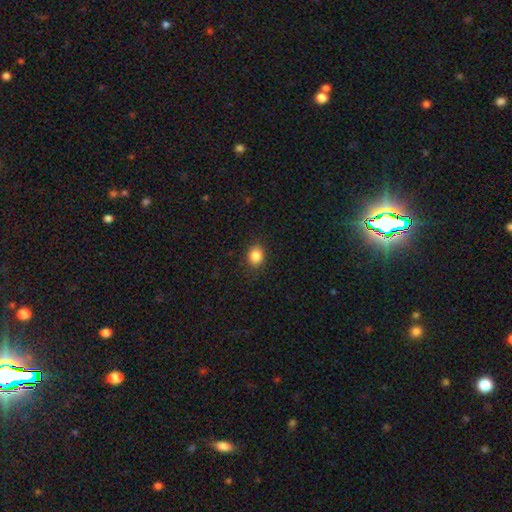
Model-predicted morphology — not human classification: smooth_or_featured: smooth (p=0.85) [alt: star or artifact p=0.10]
how_rounded: round (p=0.60) [alt: in between p=0.39]
merging: none (p=0.88) [alt: minor disturbance p=0.09]